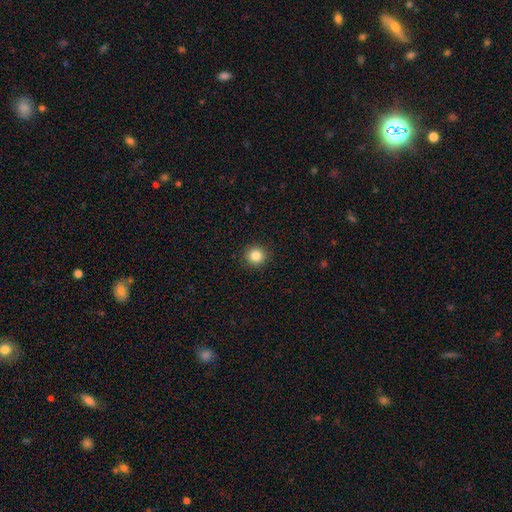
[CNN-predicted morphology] Smooth or featured? smooth (85%)
How rounded? round (93%)
Merging? none (92%)